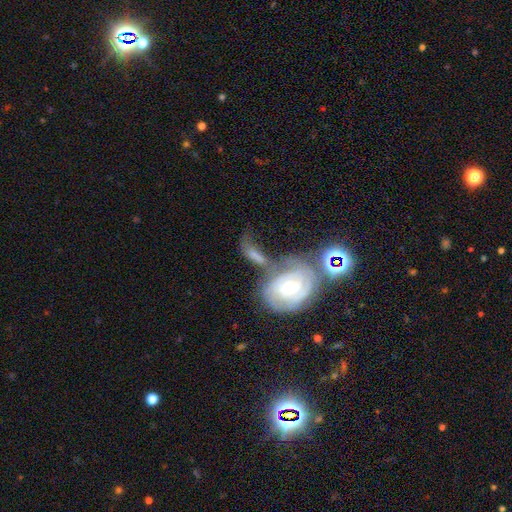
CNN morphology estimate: Smooth or featured? featured or disk (53%)
Edge-on disk? no (90%)
Merging? merger (44%)